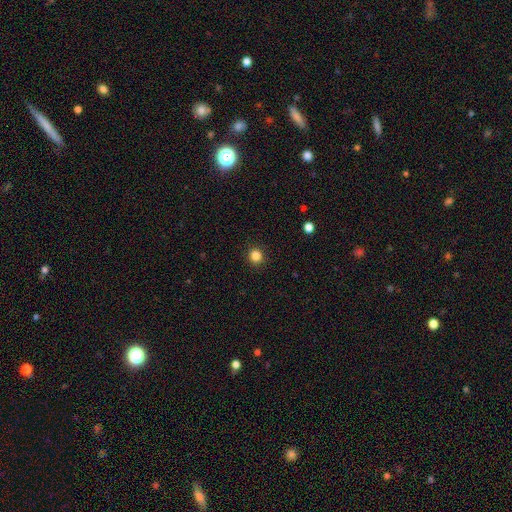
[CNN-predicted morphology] Overall: smooth (85%). How rounded: round (91%). Merging: none (92%).